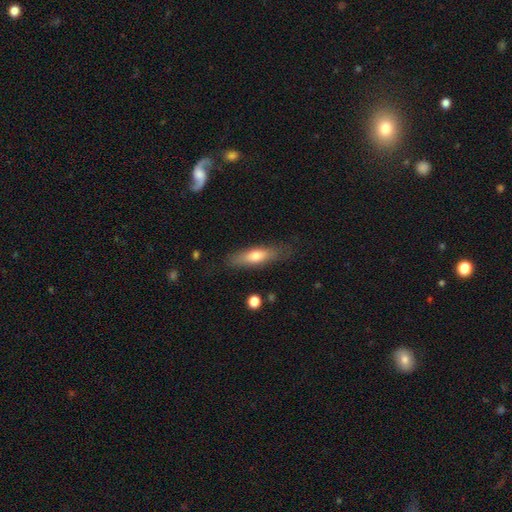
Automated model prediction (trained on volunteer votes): Overall: smooth (66%; featured or disk 28%). How rounded: cigar-shaped (61%; in between 37%). Merging: none (79%).